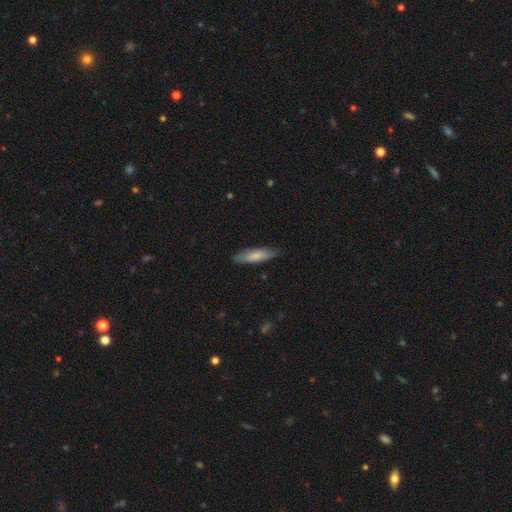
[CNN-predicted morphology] Smooth or featured? smooth (74%)
How rounded? cigar-shaped (63%)
Merging? none (82%)